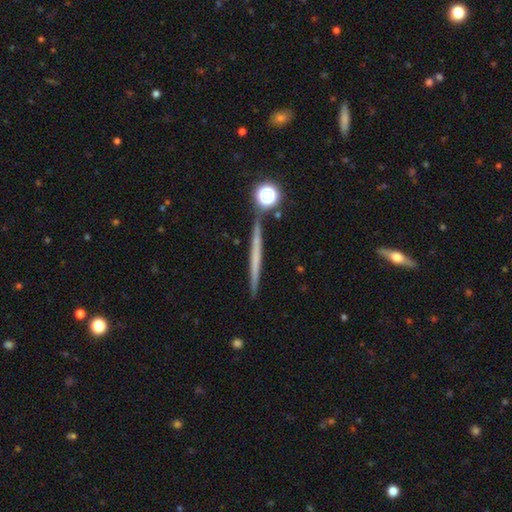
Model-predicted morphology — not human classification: This appears to be a featured or disk galaxy (54%) viewed edge-on (97%) with no central bulge (89%). Merging: none (89%).